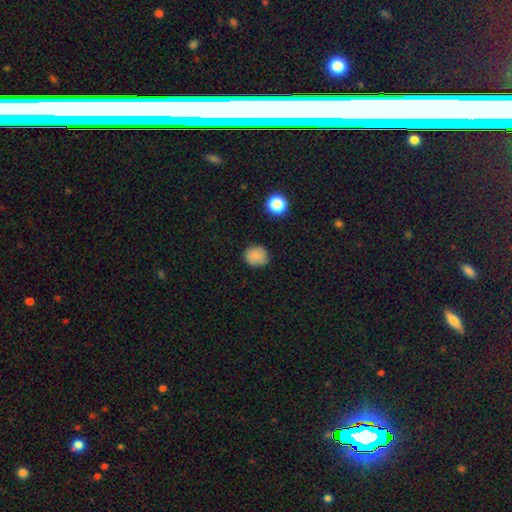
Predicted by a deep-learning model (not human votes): smooth 84%, star or artifact 10%, featured or disk 6%. Down the decision tree: how rounded — round (84%); merging — none (85%).